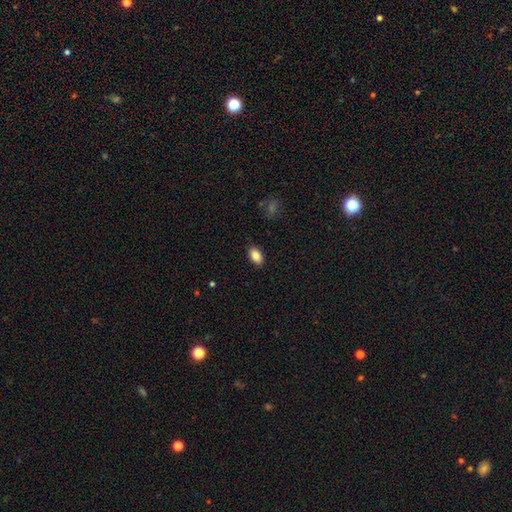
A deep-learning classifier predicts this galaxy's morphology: The model was most divided on "smooth or featured": smooth: 85%, star or artifact: 8%, featured or disk: 7%. More confident: how rounded — in between (91%); merging — none (89%).